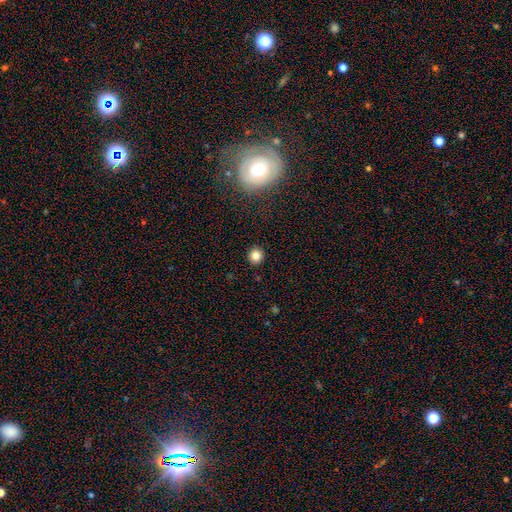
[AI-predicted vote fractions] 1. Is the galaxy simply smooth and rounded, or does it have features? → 82% smooth, 12% star or artifact, 6% featured or disk.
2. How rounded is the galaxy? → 91% round, 8% in between, 1% cigar-shaped.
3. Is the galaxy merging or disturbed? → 92% none, 5% minor disturbance, 2% major disturbance, 1% merger.